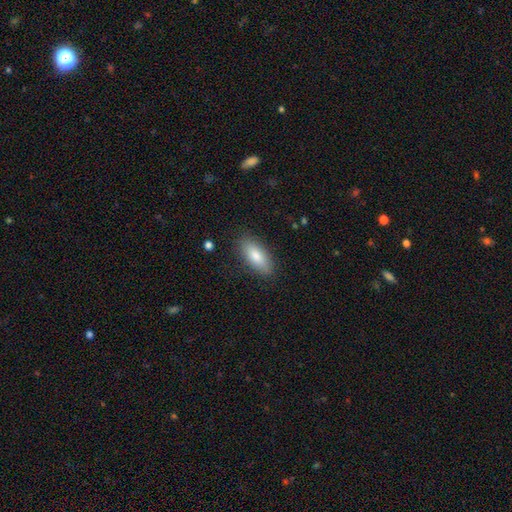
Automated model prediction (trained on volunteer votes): This appears to be a smooth galaxy with no disk features (81%) that is in between round and cigar-shaped (80%). Merging: none (86%).